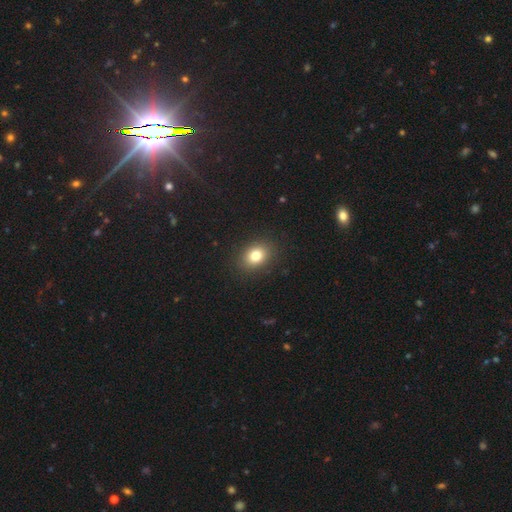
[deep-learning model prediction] Morphology: type=smooth (80%); roundness=in between (59%); merging=none (90%).